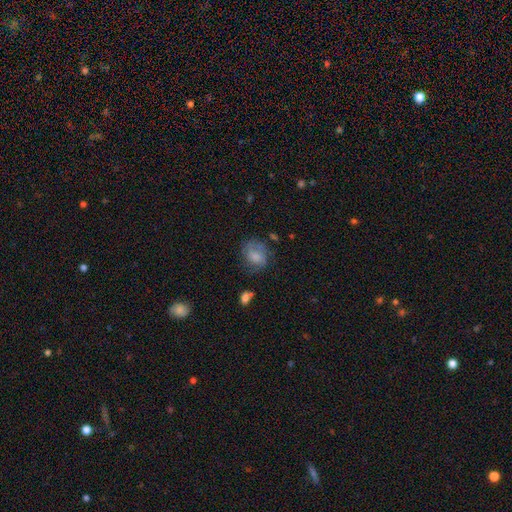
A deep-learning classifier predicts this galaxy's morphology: This appears to be a smooth galaxy with no disk features (59%) that is round (51%). Merging: none (51%).